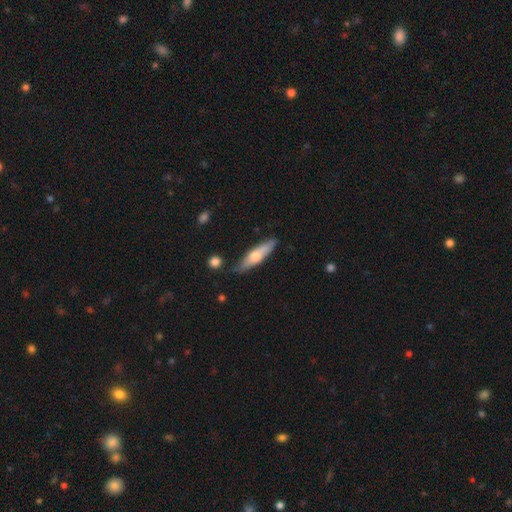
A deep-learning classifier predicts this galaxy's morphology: Smooth or featured? smooth (50%)
How rounded? cigar-shaped (73%)
Merging? none (77%)